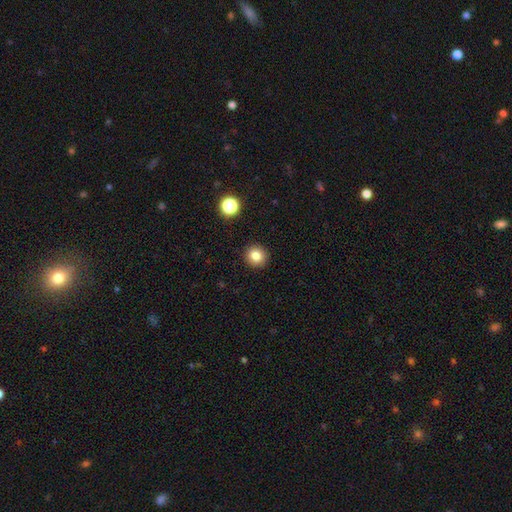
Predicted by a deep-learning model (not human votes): The model was most divided on "smooth or featured": smooth: 82%, star or artifact: 12%, featured or disk: 6%. More confident: merging — none (92%); how rounded — round (92%).